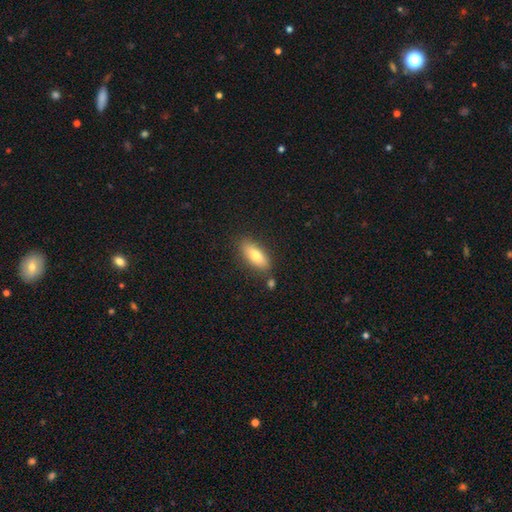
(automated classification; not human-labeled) smooth_or_featured: smooth (p=0.76) [alt: featured or disk p=0.17]
how_rounded: in between (p=0.78) [alt: cigar-shaped p=0.19]
merging: none (p=0.78) [alt: minor disturbance p=0.13]